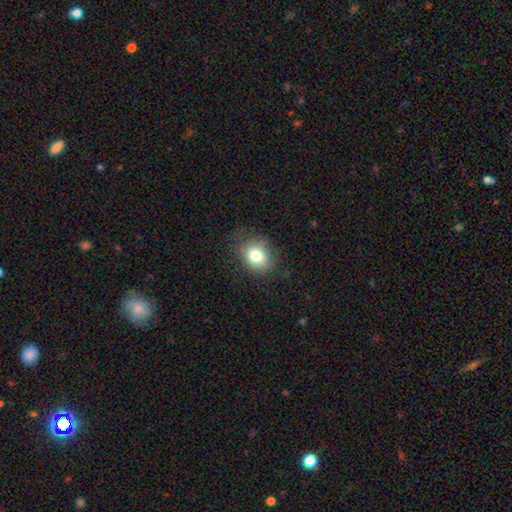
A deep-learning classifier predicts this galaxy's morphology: A smooth galaxy with no disk features (79%) that is round (57%).

Vote fractions:
- Smooth or featured? smooth: 79% / star or artifact: 11% / featured or disk: 10%
- How rounded? round: 57% / in between: 42% / cigar-shaped: 1%
- Merging? none: 78% / minor disturbance: 16% / major disturbance: 5% / merger: 1%